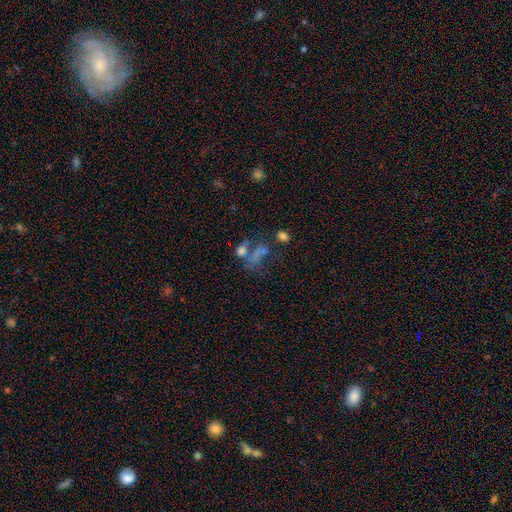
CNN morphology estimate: The model was most divided on "merging": none: 32%, merger: 31%, major disturbance: 25%, minor disturbance: 13%. Remaining: smooth or featured — smooth (38%).